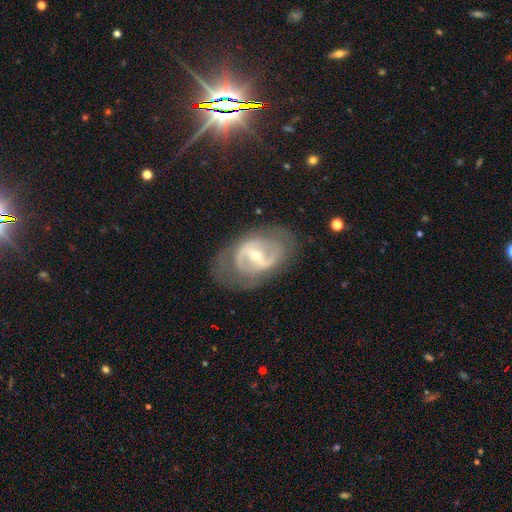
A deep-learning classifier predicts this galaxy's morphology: smooth_or_featured: featured or disk (p=0.82) [alt: smooth p=0.11]
disk_edge_on: no (p=0.94) [alt: yes p=0.06]
bar: strong (p=0.49) [alt: weak p=0.38]
has_spiral_arms: yes (p=0.74) [alt: no p=0.26]
spiral_winding: medium (p=0.45) [alt: tight p=0.29]
spiral_arm_count: 2 (p=0.75) [alt: can't tell p=0.16]
bulge_size: small (p=0.54) [alt: moderate p=0.42]
merging: none (p=0.68) [alt: minor disturbance p=0.18]